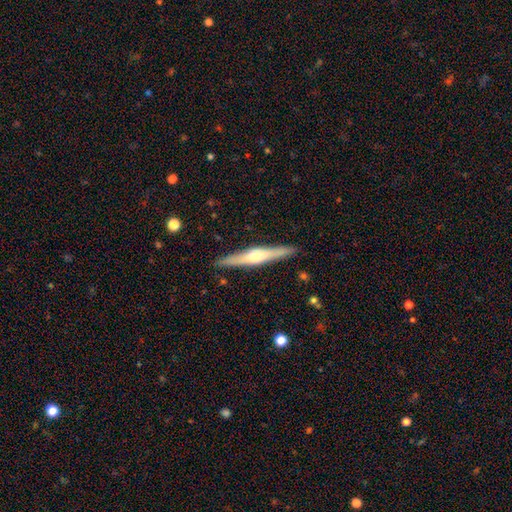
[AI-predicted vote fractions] Smooth or featured? Predicted: featured or disk (p=0.65). Edge-on disk? Predicted: yes (p=0.97). Edge-on bulge? Predicted: rounded (p=0.83). Merging? Predicted: none (p=0.90).